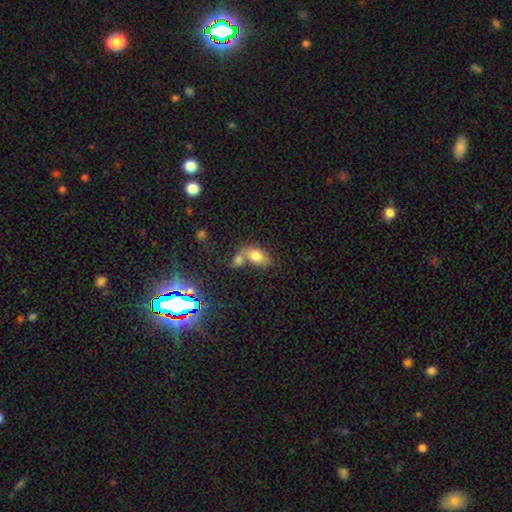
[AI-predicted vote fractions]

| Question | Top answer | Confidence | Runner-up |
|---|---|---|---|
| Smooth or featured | smooth | 74% | featured or disk (14%) |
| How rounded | in between | 87% | round (10%) |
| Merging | merger | 47% | none (36%) |